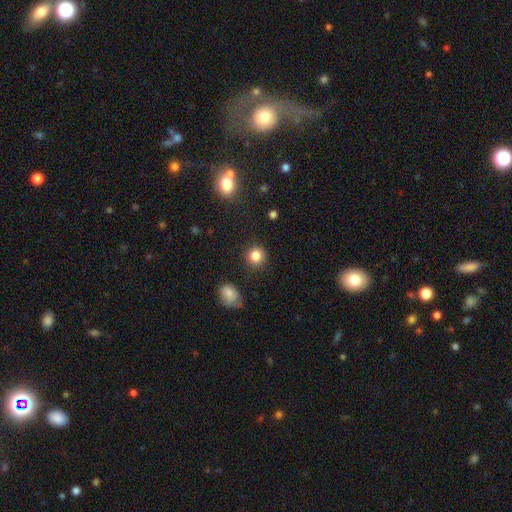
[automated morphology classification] Smooth or featured?
  - smooth: 85% *
  - star or artifact: 11%
  - featured or disk: 4%
How rounded?
  - round: 89% *
  - in between: 10%
  - cigar-shaped: 1%
Merging?
  - none: 88% *
  - minor disturbance: 7%
  - major disturbance: 3%
  - merger: 2%